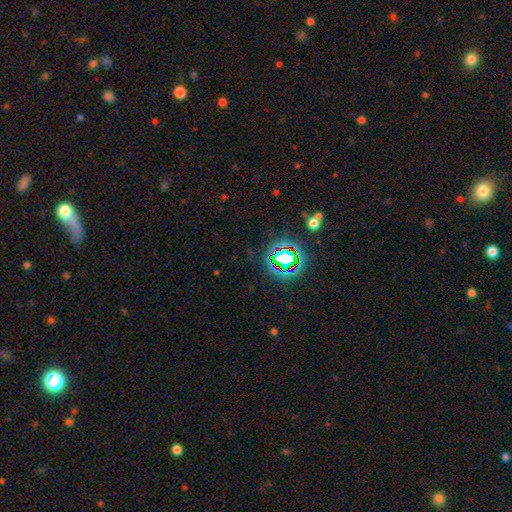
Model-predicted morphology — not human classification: type=star or artifact (78%).